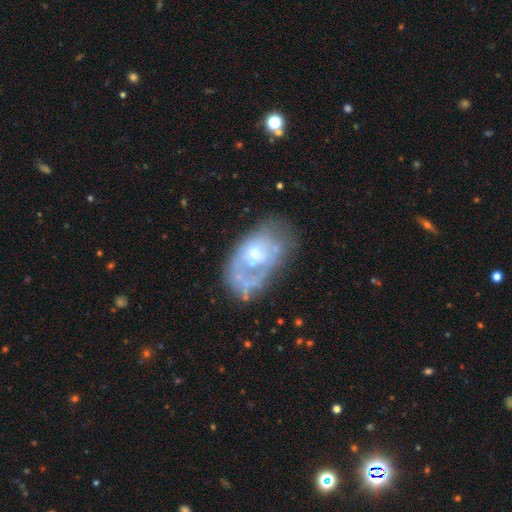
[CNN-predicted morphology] smooth-or-featured: featured or disk: 60% | smooth: 31% | star or artifact: 9%
  disk-edge-on: no: 96% | yes: 4%
    bar: no: 81% | weak: 16% | strong: 3%
    has-spiral-arms: no: 69% | yes: 31%
    bulge-size: moderate: 47% | small: 35% | none: 11% | large: 6% | dominant: 2%
  merging: none: 42% | minor disturbance: 25% | major disturbance: 24% | merger: 9%